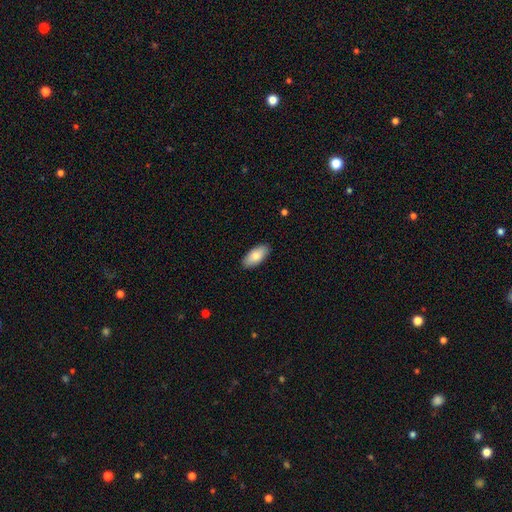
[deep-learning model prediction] The model was most divided on "smooth or featured": smooth: 83%, featured or disk: 11%, star or artifact: 6%. More confident: how rounded — in between (92%); merging — none (89%).